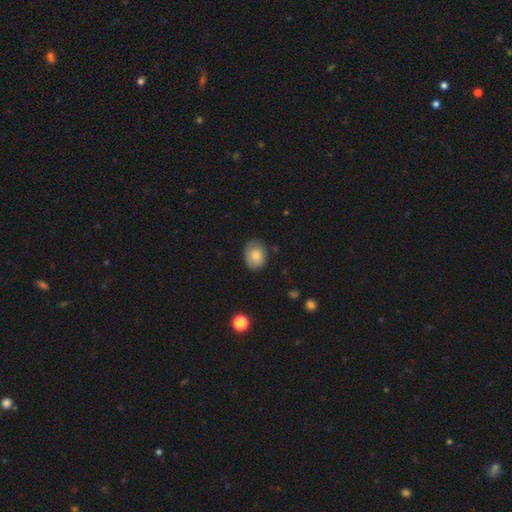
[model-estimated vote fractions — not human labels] This is likely a smooth galaxy (74%). How rounded: possibly in between (58%). Merging: likely none (72%).